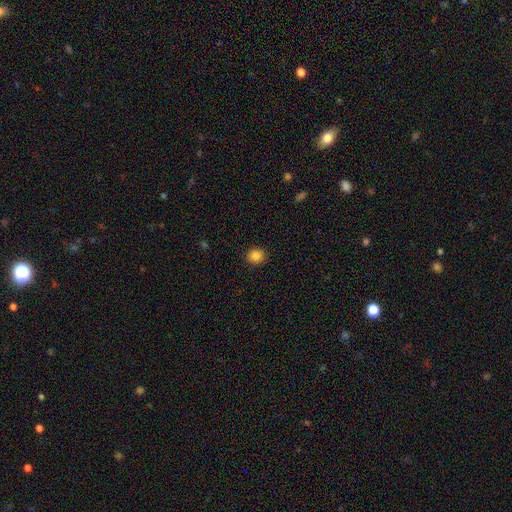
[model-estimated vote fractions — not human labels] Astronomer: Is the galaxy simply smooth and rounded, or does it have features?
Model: smooth — 85%.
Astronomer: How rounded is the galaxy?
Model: round — 79%.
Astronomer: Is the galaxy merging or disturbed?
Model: none — 91%.